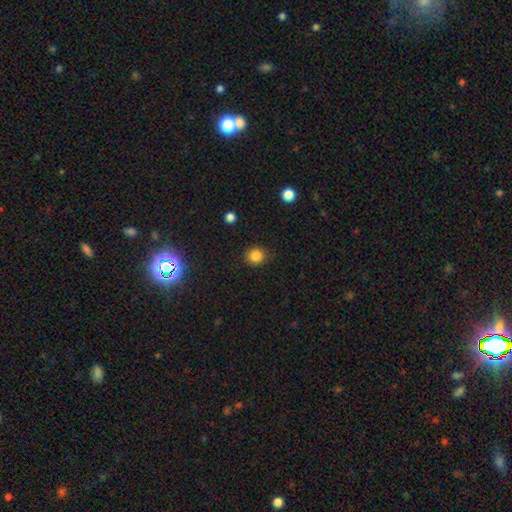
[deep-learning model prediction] Q: Smooth or featured?
A: smooth (84%); runner-up: star or artifact (12%)
Q: How rounded?
A: round (85%); runner-up: in between (14%)
Q: Merging?
A: none (86%); runner-up: minor disturbance (10%)